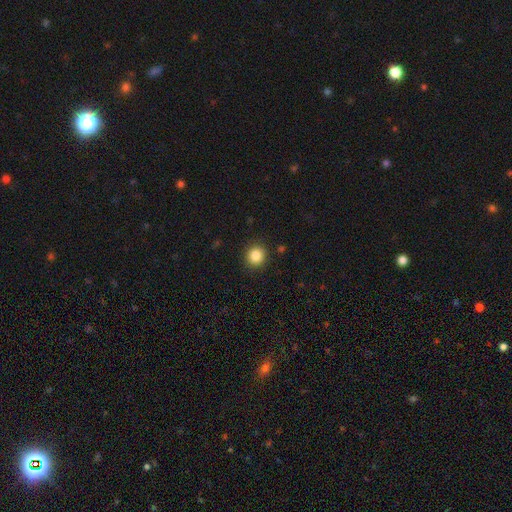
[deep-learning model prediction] A smooth galaxy with no disk features (86%) that is round (89%).

Vote fractions:
- Smooth or featured? smooth: 86% / star or artifact: 10% / featured or disk: 4%
- How rounded? round: 89% / in between: 10% / cigar-shaped: 1%
- Merging? none: 90% / minor disturbance: 7% / major disturbance: 2% / merger: 1%